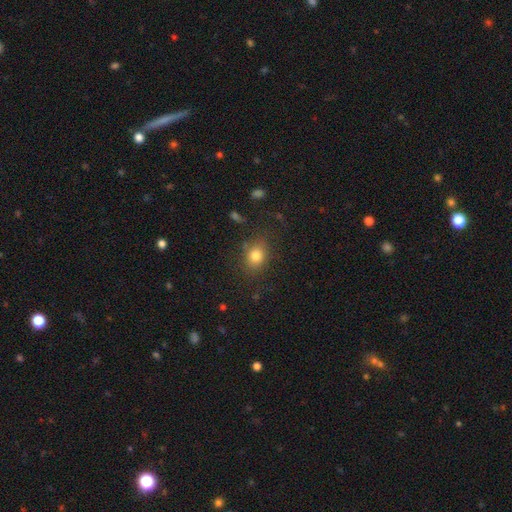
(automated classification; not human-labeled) This appears to be a smooth galaxy with no disk features (80%) that is round (56%). Merging: none (79%).